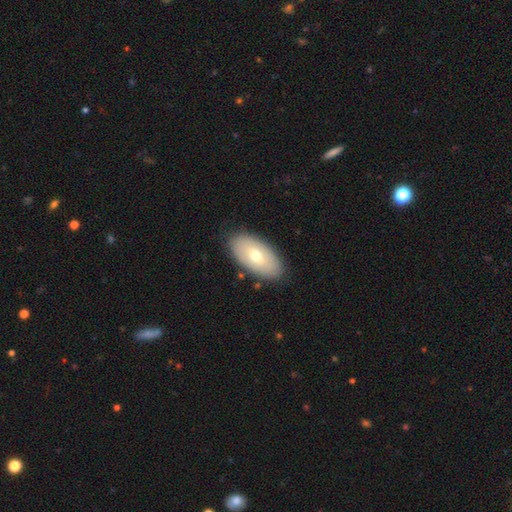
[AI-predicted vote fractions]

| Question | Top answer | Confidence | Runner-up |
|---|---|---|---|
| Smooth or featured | smooth | 62% | featured or disk (32%) |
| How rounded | in between | 94% | cigar-shaped (3%) |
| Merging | none | 86% | minor disturbance (10%) |